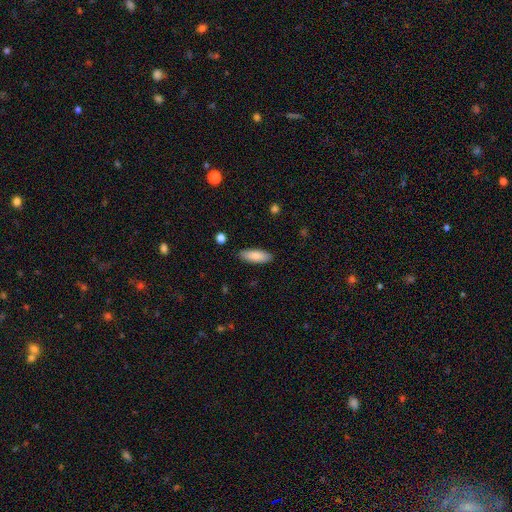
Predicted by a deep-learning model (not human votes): Smooth or featured? smooth (85%)
How rounded? in between (65%)
Merging? none (88%)